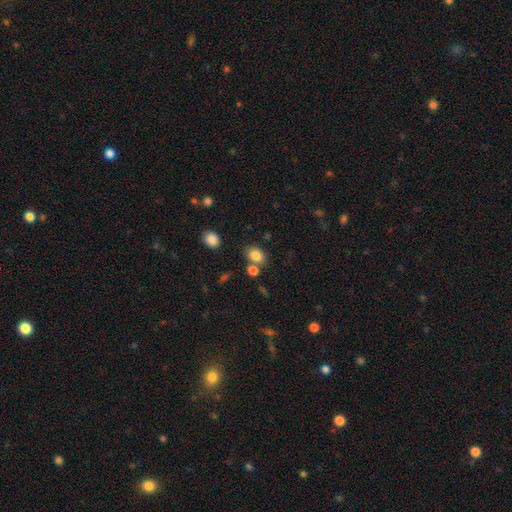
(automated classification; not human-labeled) This is clearly a smooth galaxy (84%). How rounded: likely in between (65%). Merging: likely none (65%).